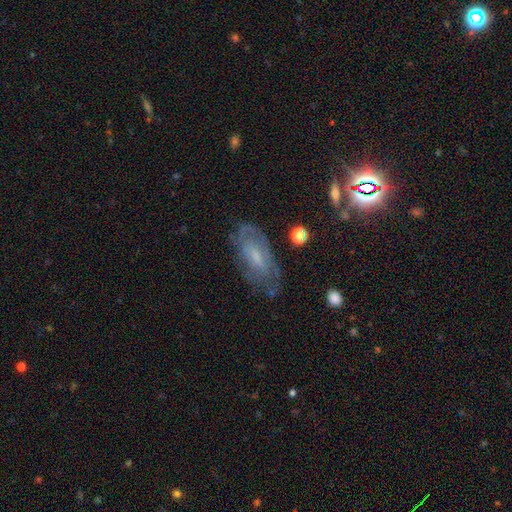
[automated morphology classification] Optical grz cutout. It shows a featured or disk galaxy (62%) with no bar (50%), spiral arms (70%) and a small central bulge (53%). Merging: none (66%).